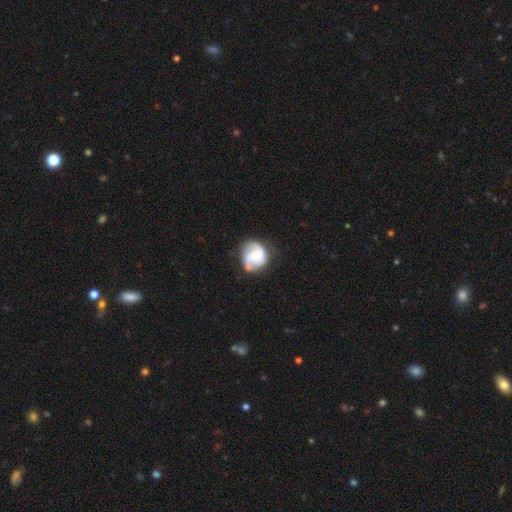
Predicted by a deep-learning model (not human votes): Smooth or featured? featured or disk (78%)
Edge-on disk? no (98%)
Bar? no (64%)
Spiral arms? yes (94%)
Spiral winding? medium (46%)
Spiral arm count? 2 (67%)
Bulge size? moderate (55%)
Merging? none (66%)